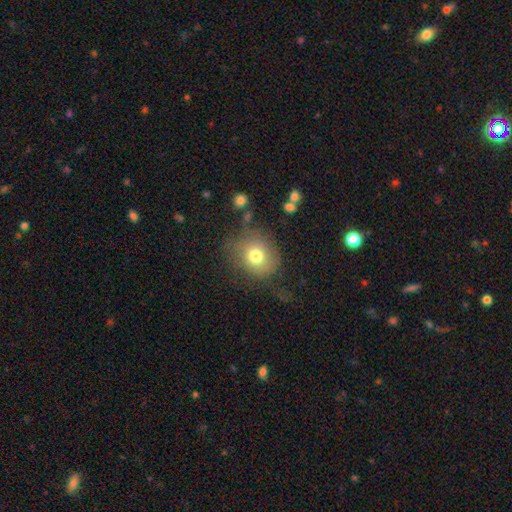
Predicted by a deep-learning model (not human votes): Smooth or featured: smooth — 75% (featured or disk — 14%)
How rounded: round — 75% (in between — 24%)
Merging: none — 64% (minor disturbance — 20%)